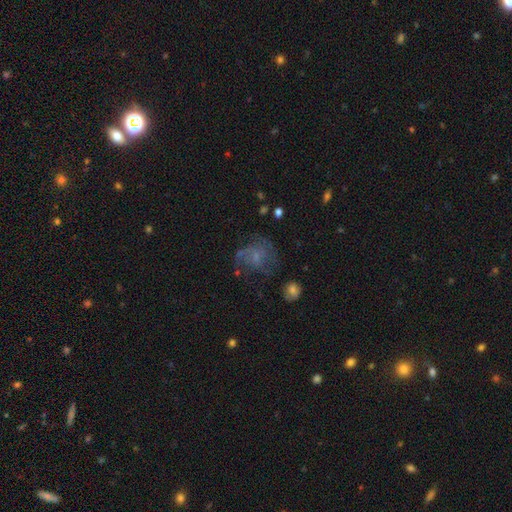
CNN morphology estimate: smooth_or_featured: featured or disk (p=0.55) [alt: smooth p=0.28]
disk_edge_on: no (p=0.98) [alt: yes p=0.02]
bar: no (p=0.69) [alt: weak p=0.27]
has_spiral_arms: yes (p=0.70) [alt: no p=0.30]
bulge_size: small (p=0.48) [alt: none p=0.31]
merging: none (p=0.50) [alt: major disturbance p=0.26]